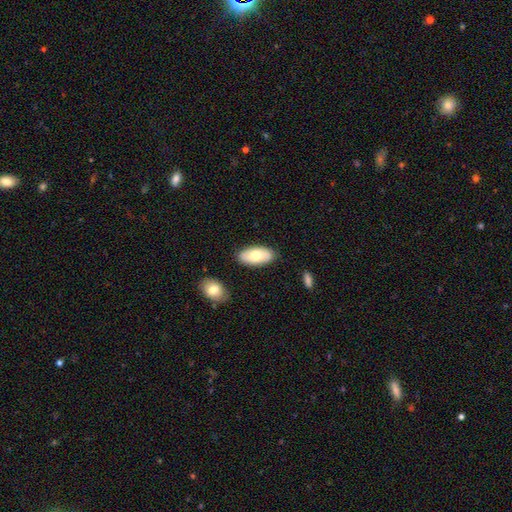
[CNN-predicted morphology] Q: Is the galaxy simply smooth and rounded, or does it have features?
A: smooth — 71%.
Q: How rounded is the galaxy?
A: in between — 94%.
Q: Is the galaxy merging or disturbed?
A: none — 84%.